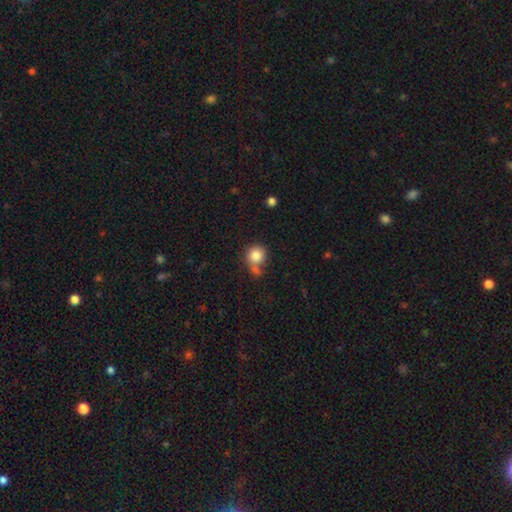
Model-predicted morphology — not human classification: Smooth or featured?
  - smooth: 83% *
  - star or artifact: 9%
  - featured or disk: 8%
How rounded?
  - round: 89% *
  - in between: 10%
  - cigar-shaped: 1%
Merging?
  - none: 51% *
  - merger: 25%
  - minor disturbance: 16%
  - major disturbance: 8%